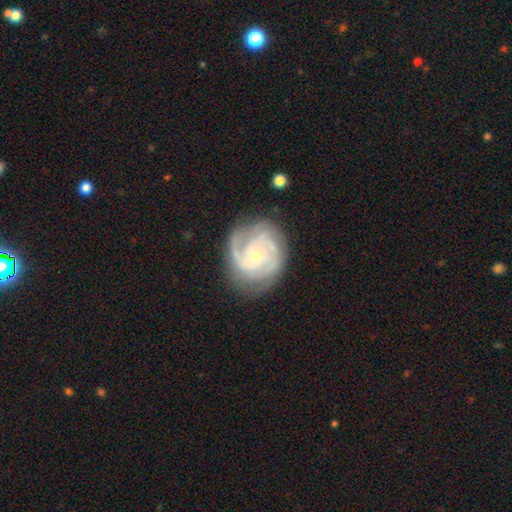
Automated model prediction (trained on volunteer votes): smooth-or-featured: featured or disk: 88% | smooth: 7% | star or artifact: 5%
  disk-edge-on: no: 98% | yes: 2%
    bar: no: 71% | weak: 24% | strong: 5%
    has-spiral-arms: yes: 97% | no: 3%
      spiral-winding: tight: 61% | medium: 33% | loose: 6%
      spiral-arm-count: 3: 40% | 2: 26% | can't tell: 16% | 4: 8% | 1: 5% | more than 4: 5%
    bulge-size: small: 58% | moderate: 39% | large: 1% | none: 1% | dominant: 1%
  merging: none: 75% | minor disturbance: 17% | major disturbance: 6% | merger: 1%